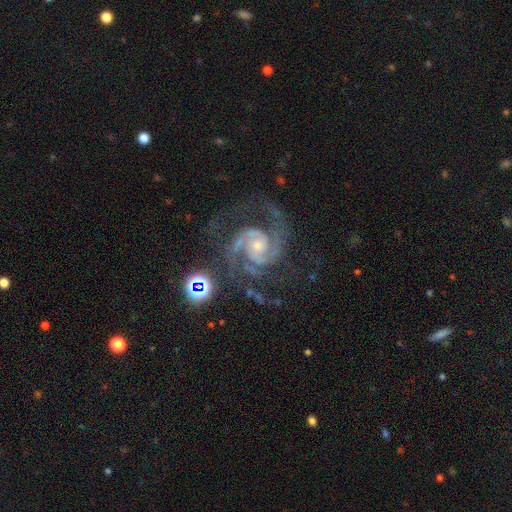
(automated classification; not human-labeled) Smooth or featured? Predicted: featured or disk (p=0.92). Edge-on disk? Predicted: no (p=0.98). Bar? Predicted: no (p=0.66). Spiral arms? Predicted: yes (p=0.99). Spiral winding? Predicted: tight (p=0.48). Spiral arm count? Predicted: 2 (p=0.65). Bulge size? Predicted: small (p=0.56). Merging? Predicted: none (p=0.66).